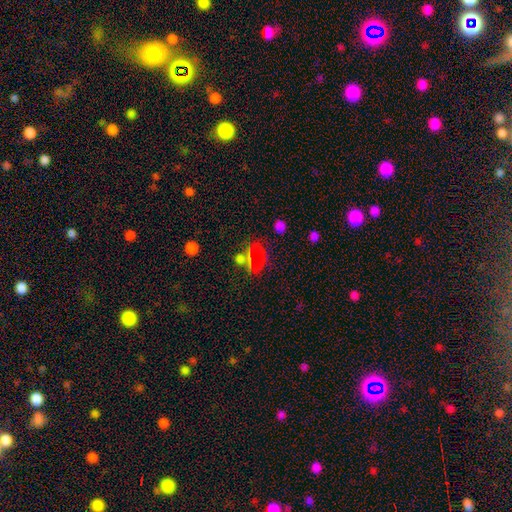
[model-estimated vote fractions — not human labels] The model was most divided on "how rounded": in between: 53%, round: 45%, cigar-shaped: 3%. More confident: smooth or featured — smooth (61%); merging — none (58%).